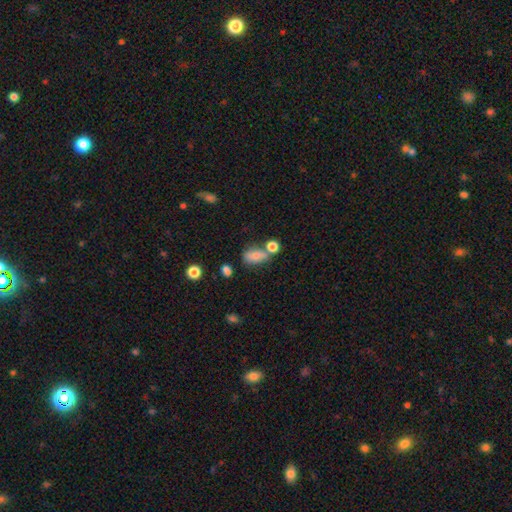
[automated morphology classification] smooth_or_featured: smooth (p=0.77) [alt: featured or disk p=0.12]
how_rounded: in between (p=0.81) [alt: round p=0.14]
merging: none (p=0.49) [alt: merger p=0.25]